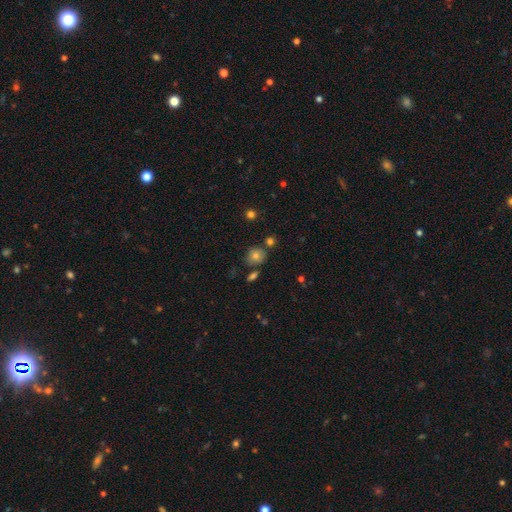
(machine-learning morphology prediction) Smooth or featured? smooth (74%)
How rounded? round (78%)
Merging? none (73%)